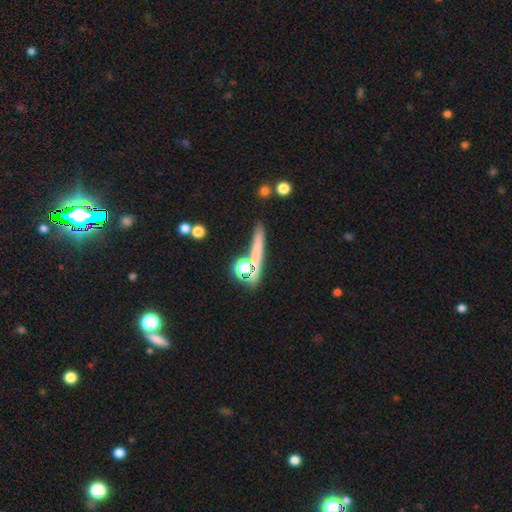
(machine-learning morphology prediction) The model was most divided on "smooth or featured": smooth: 53%, featured or disk: 27%, star or artifact: 20%. More confident: how rounded — cigar-shaped (80%); merging — none (75%).